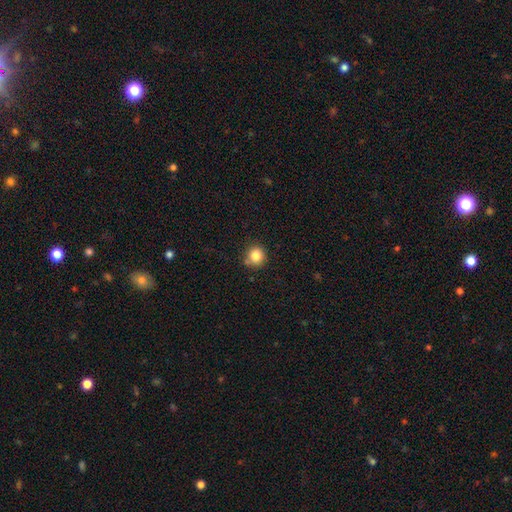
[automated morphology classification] A smooth galaxy with no disk features (83%) that is round (90%).

Vote fractions:
- Smooth or featured? smooth: 83% / star or artifact: 11% / featured or disk: 6%
- How rounded? round: 90% / in between: 9% / cigar-shaped: 1%
- Merging? none: 80% / minor disturbance: 12% / merger: 5% / major disturbance: 3%